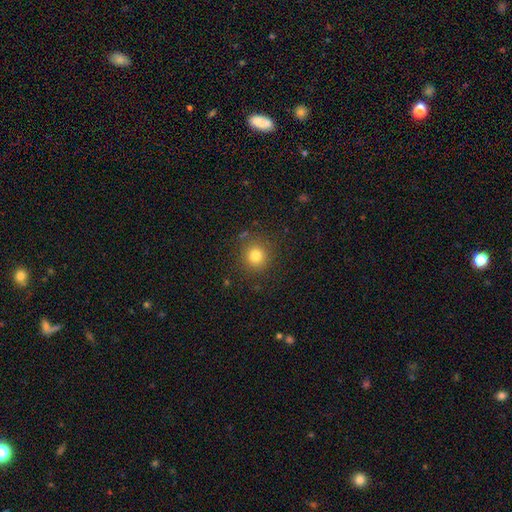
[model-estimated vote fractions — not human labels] Smooth or featured? smooth (80%)
How rounded? round (92%)
Merging? none (87%)